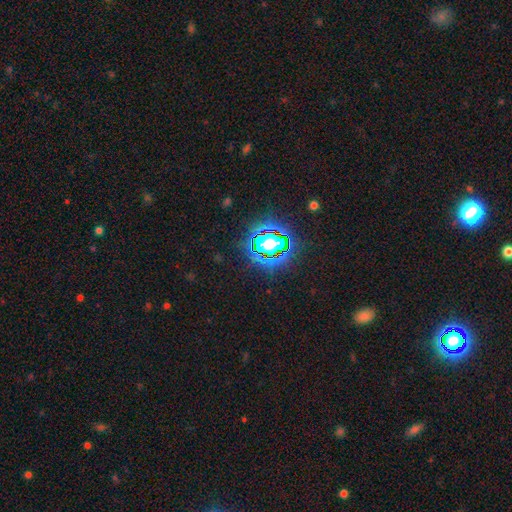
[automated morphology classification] Smooth or featured?
  - star or artifact: 82% *
  - smooth: 11%
  - featured or disk: 7%